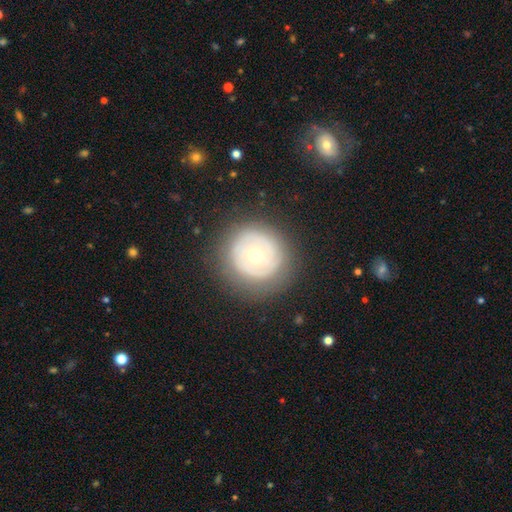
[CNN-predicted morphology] The model was most divided on "bulge size": small: 54%, moderate: 42%, large: 2%, dominant: 1%, none: 1%. More confident: edge-on disk — no (96%); bar — no (89%); merging — none (78%); spiral arms — no (72%); smooth or featured — featured or disk (53%).